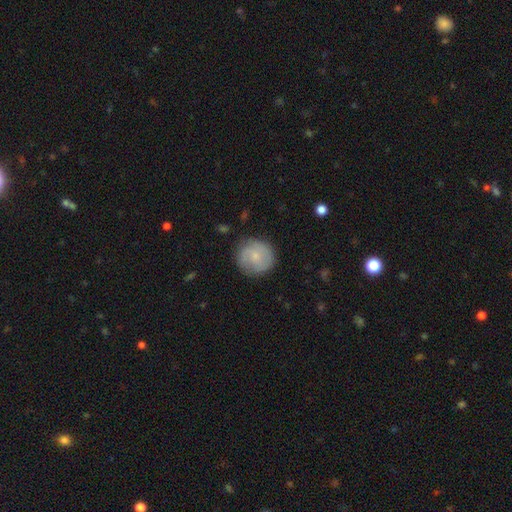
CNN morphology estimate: Smooth or featured? Predicted: smooth (p=0.58). How rounded? Predicted: round (p=0.91). Merging? Predicted: none (p=0.79).